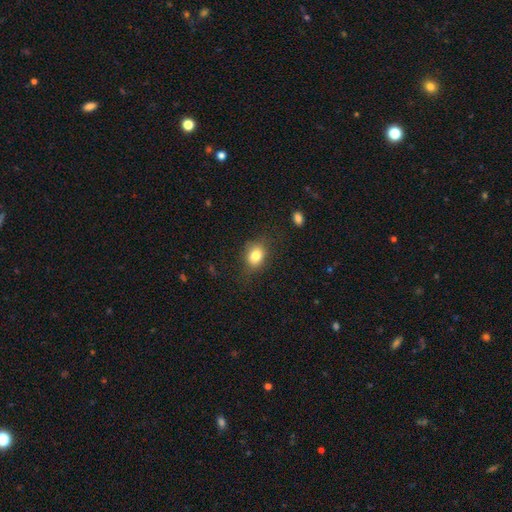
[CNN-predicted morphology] smooth-or-featured: smooth: 80% | star or artifact: 10% | featured or disk: 9%
  how-rounded: in between: 56% | round: 42% | cigar-shaped: 1%
  merging: none: 73% | minor disturbance: 19% | major disturbance: 7% | merger: 1%